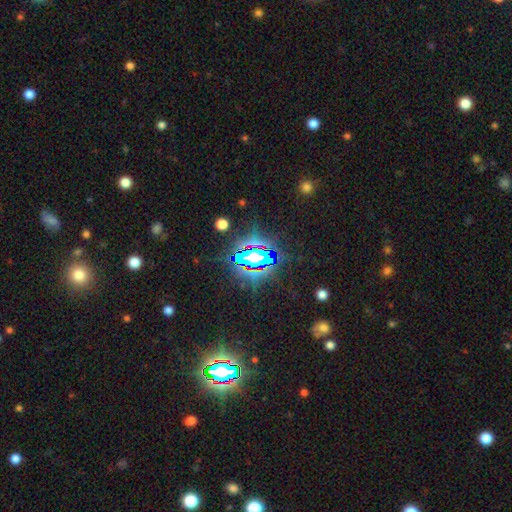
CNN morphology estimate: Smooth or featured: star or artifact — 82% (smooth — 10%)